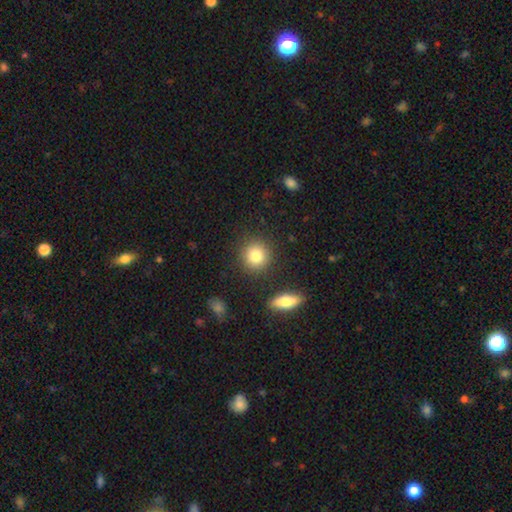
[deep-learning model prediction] Morphology: type=smooth (82%); roundness=round (89%); merging=none (87%).